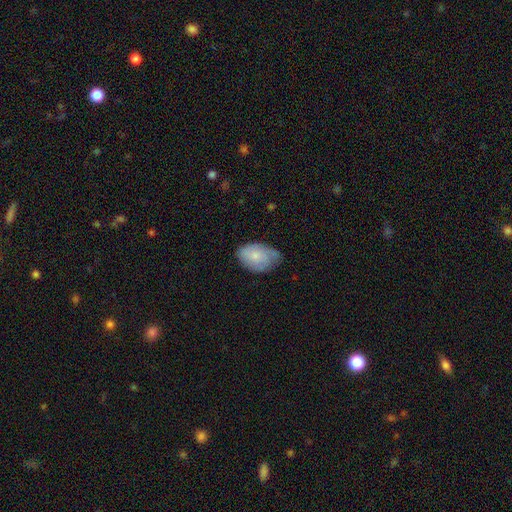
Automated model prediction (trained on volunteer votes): Smooth or featured? smooth (68%)
How rounded? in between (86%)
Merging? none (54%)